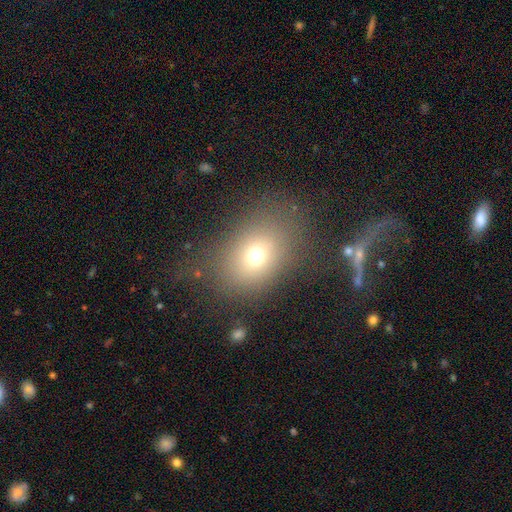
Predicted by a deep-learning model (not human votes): Smooth or featured: smooth — 70% (star or artifact — 16%)
How rounded: in between — 64% (round — 34%)
Merging: none — 74% (minor disturbance — 14%)